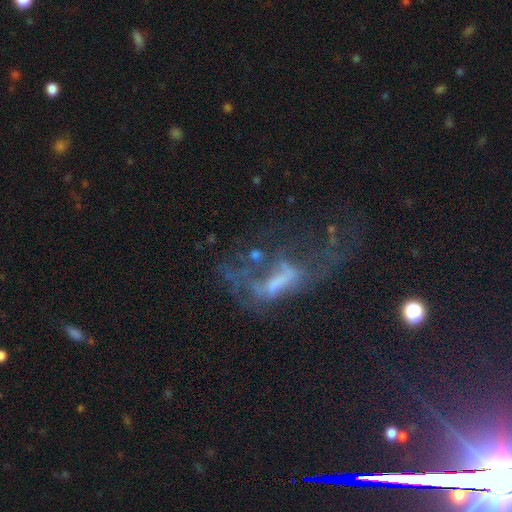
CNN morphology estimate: Smooth or featured: featured or disk — 57% (smooth — 23%)
Edge-on disk: no — 91% (yes — 9%)
Bar: no — 58% (weak — 24%)
Spiral arms: no — 76% (yes — 24%)
Bulge size: none — 47% (small — 23%)
Merging: major disturbance — 47% (none — 25%)